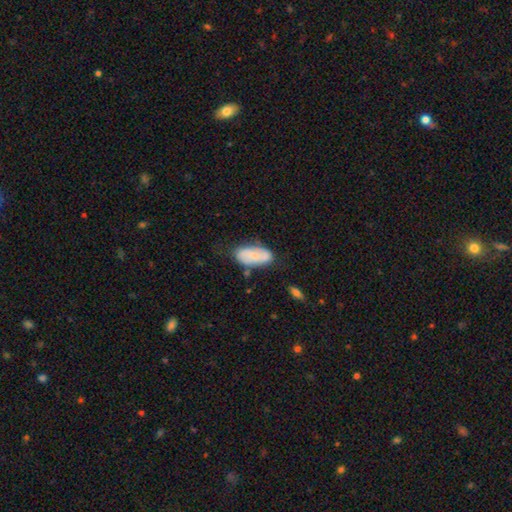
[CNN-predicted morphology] This appears to be a smooth galaxy with no disk features (66%) that is in between round and cigar-shaped (91%). Merging: none (61%).